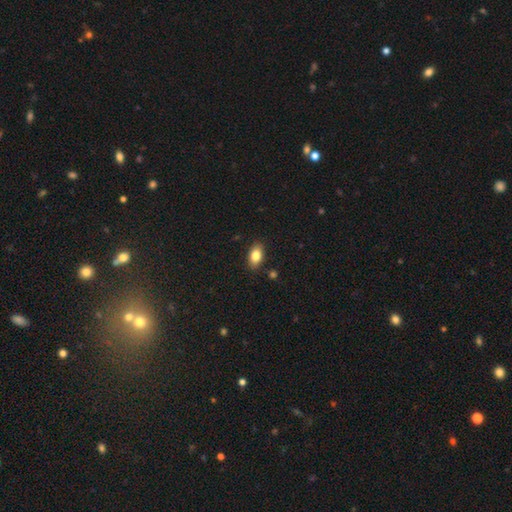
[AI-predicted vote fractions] This is clearly a smooth galaxy (82%). How rounded: clearly in between (89%). Merging: clearly none (87%).